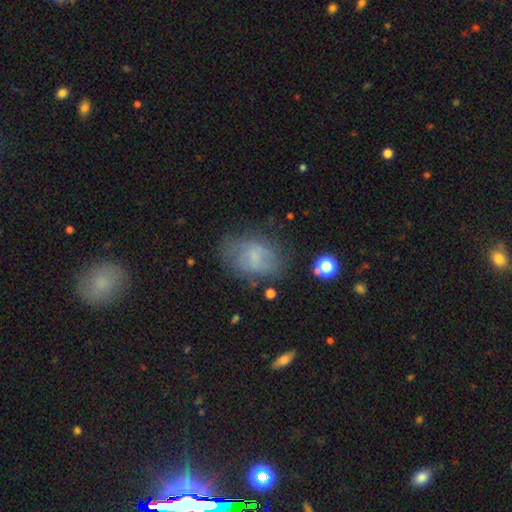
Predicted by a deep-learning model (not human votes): This appears to be a smooth galaxy with no disk features (57%) that is in between round and cigar-shaped (77%). Merging: none (59%).